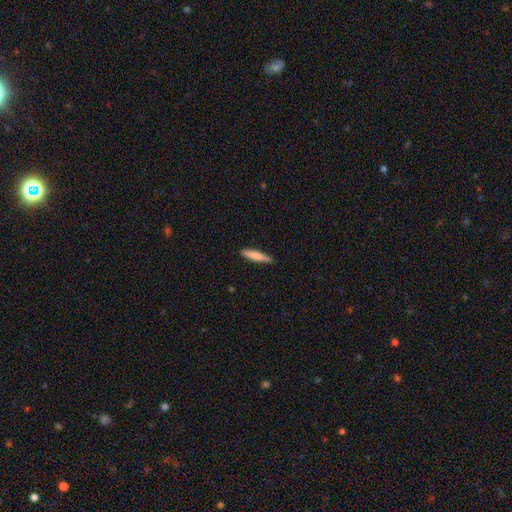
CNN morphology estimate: This is likely a smooth galaxy (77%). How rounded: clearly cigar-shaped (89%). Merging: clearly none (90%).